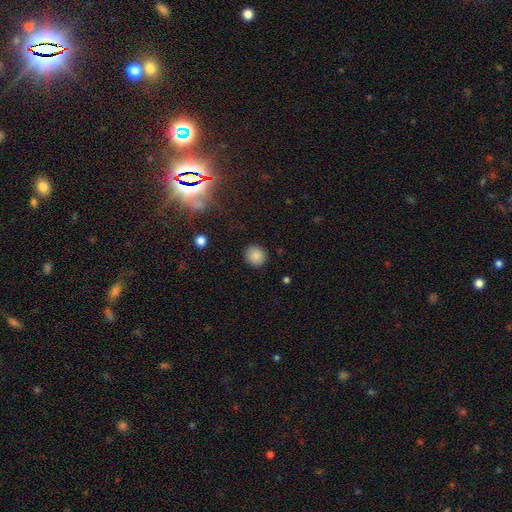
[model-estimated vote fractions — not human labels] Smooth or featured: smooth — 86% (star or artifact — 10%)
How rounded: round — 89% (in between — 10%)
Merging: none — 89% (minor disturbance — 7%)